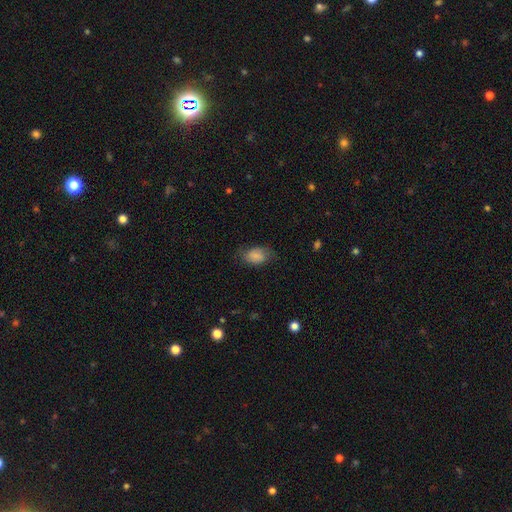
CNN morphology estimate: A smooth galaxy with no disk features (82%) that is in between round and cigar-shaped (87%). Merging: none (66%).